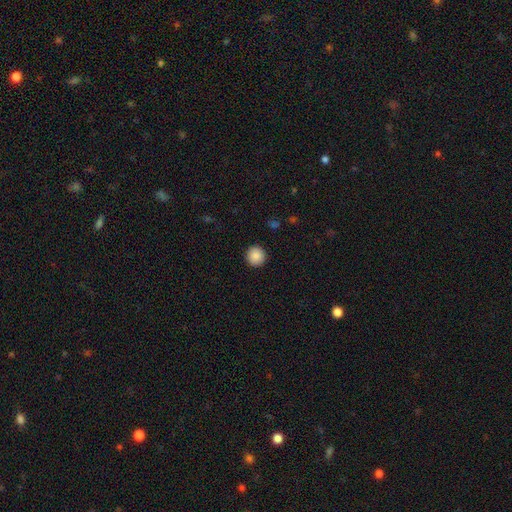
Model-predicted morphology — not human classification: smooth-or-featured: smooth: 88% | star or artifact: 9% | featured or disk: 4%
  how-rounded: round: 94% | in between: 5% | cigar-shaped: 1%
  merging: none: 93% | minor disturbance: 5% | major disturbance: 2% | merger: 1%